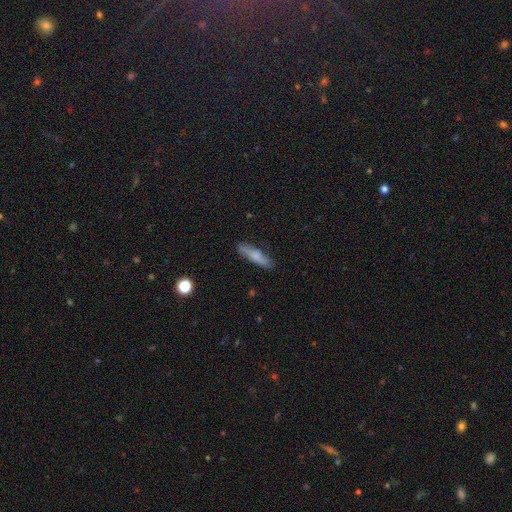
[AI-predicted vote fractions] Smooth or featured? smooth (65%)
How rounded? cigar-shaped (79%)
Merging? none (82%)